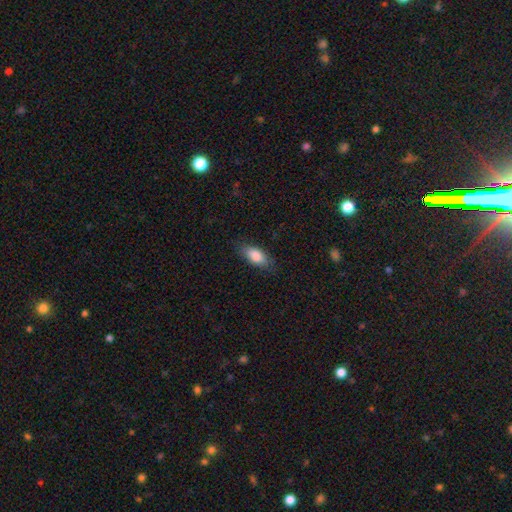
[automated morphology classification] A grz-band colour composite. It shows a smooth galaxy with no disk features (85%) that is in between round and cigar-shaped (86%). Merging: none (80%).